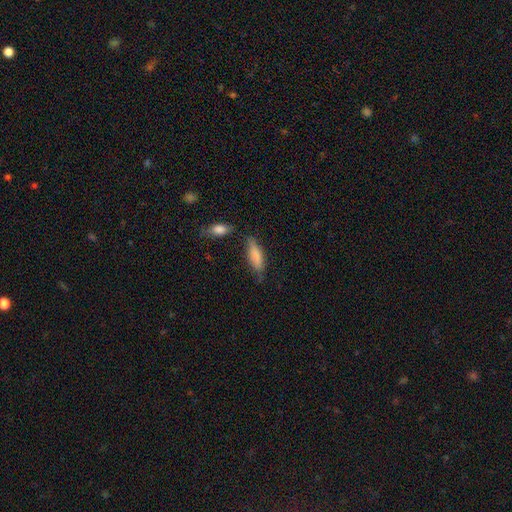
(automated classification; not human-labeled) A smooth galaxy with no disk features (81%) that is in between round and cigar-shaped (53%).

Vote fractions:
- Smooth or featured? smooth: 81% / featured or disk: 12% / star or artifact: 7%
- How rounded? in between: 53% / cigar-shaped: 45% / round: 2%
- Merging? none: 59% / minor disturbance: 26% / merger: 8% / major disturbance: 7%